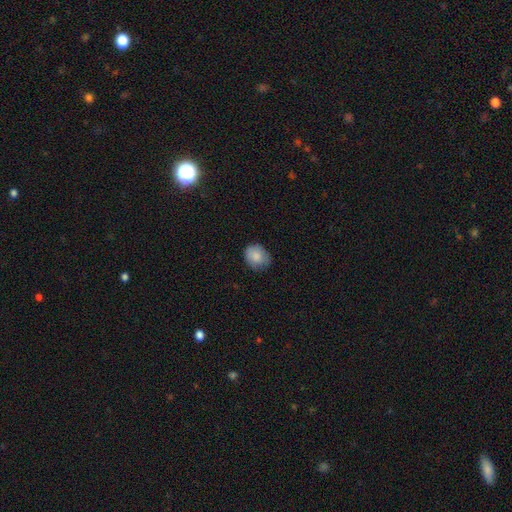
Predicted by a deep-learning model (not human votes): The model was most divided on "how rounded": round: 55%, in between: 44%, cigar-shaped: 1%. More confident: smooth or featured — smooth (84%); merging — none (71%).